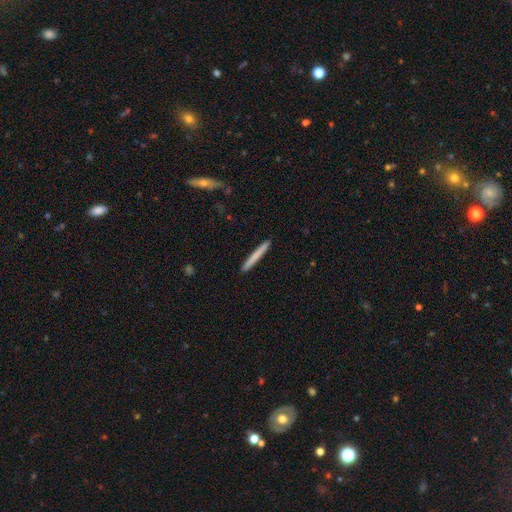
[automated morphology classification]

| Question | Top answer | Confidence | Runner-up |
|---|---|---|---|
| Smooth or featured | smooth | 72% | featured or disk (23%) |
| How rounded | cigar-shaped | 97% | in between (2%) |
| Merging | none | 92% | minor disturbance (5%) |